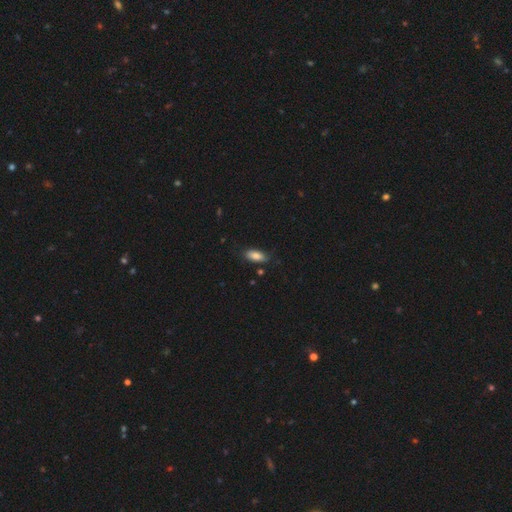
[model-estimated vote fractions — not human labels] Overall: smooth (83%). How rounded: in between (84%). Merging: none (80%).